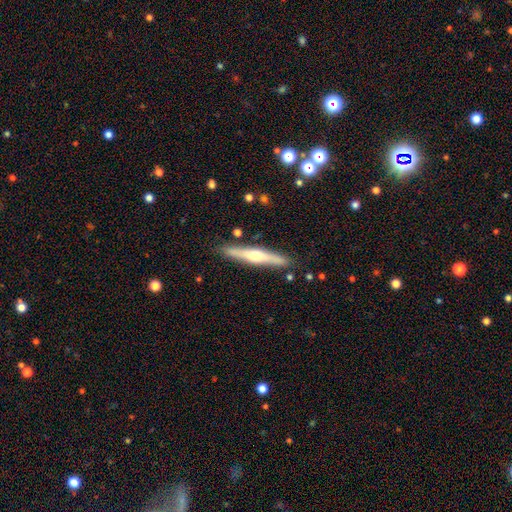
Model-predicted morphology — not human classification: type=featured or disk (58%); edge-on=yes (96%); edge-on bulge=rounded (84%); merging=none (86%).